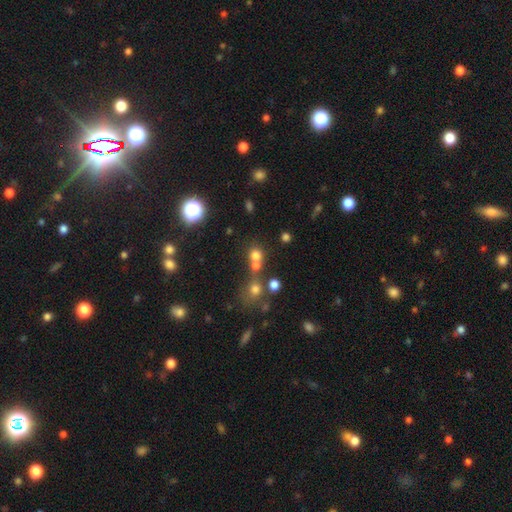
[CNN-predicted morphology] Smooth or featured? Predicted: smooth (p=0.69). How rounded? Predicted: round (p=0.83). Merging? Predicted: none (p=0.46).